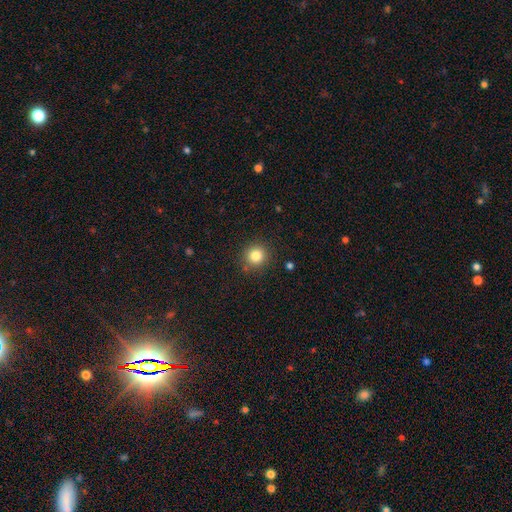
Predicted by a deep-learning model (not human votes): Smooth or featured: smooth — 82% (star or artifact — 12%)
How rounded: round — 93% (in between — 6%)
Merging: none — 88% (minor disturbance — 7%)